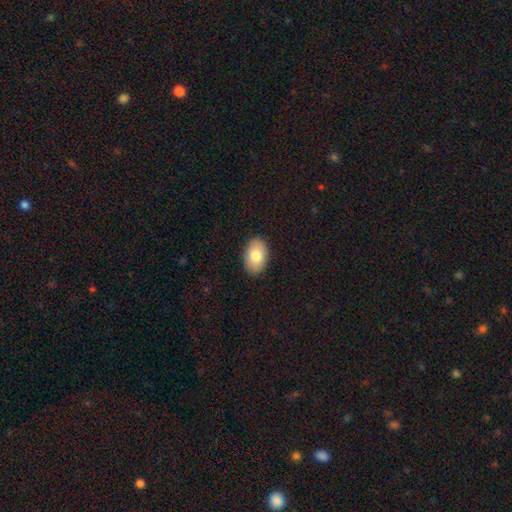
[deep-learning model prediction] Smooth or featured: smooth — 80% (featured or disk — 14%)
How rounded: in between — 92% (round — 7%)
Merging: none — 90% (minor disturbance — 8%)